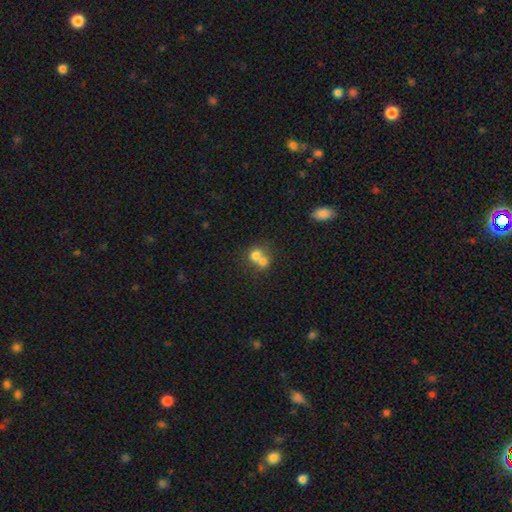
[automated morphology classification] Q: Smooth or featured?
A: smooth (70%); runner-up: featured or disk (18%)
Q: How rounded?
A: round (76%); runner-up: in between (23%)
Q: Merging?
A: merger (66%); runner-up: none (26%)